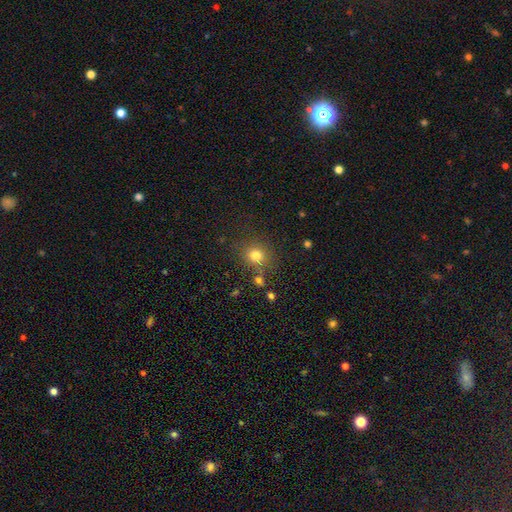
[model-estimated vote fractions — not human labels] Overall: smooth (78%). How rounded: round (81%). Merging: none (78%).